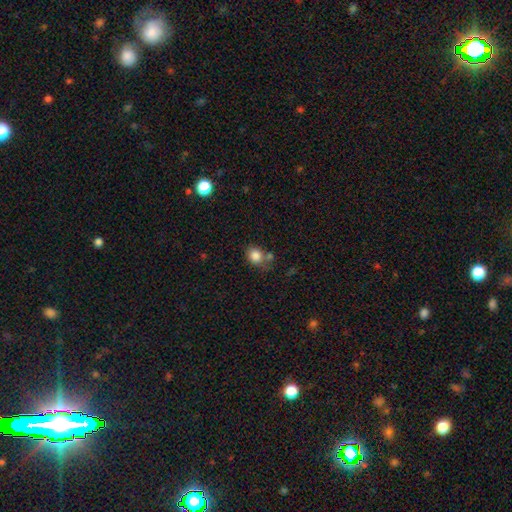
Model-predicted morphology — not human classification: A smooth galaxy with no disk features (84%) that is round (66%). Merging: none (57%).